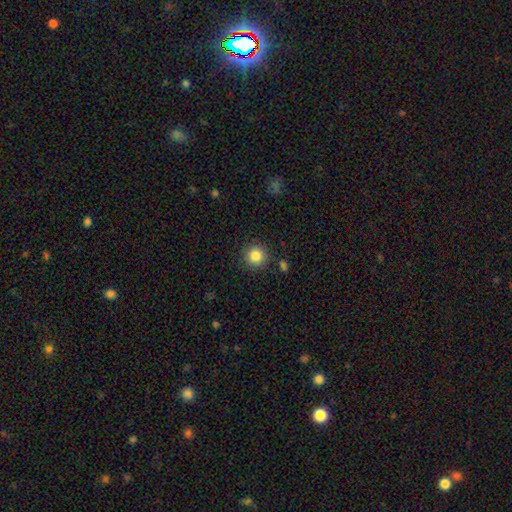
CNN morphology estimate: This appears to be a smooth galaxy with no disk features (84%) that is round (95%). Merging: none (89%).